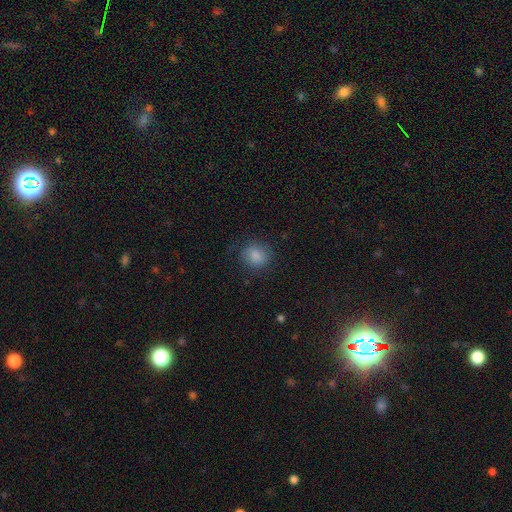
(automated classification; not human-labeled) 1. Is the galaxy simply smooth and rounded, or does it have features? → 83% smooth, 9% star or artifact, 8% featured or disk.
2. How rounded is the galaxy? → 75% round, 24% in between, 1% cigar-shaped.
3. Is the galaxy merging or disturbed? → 76% none, 16% minor disturbance, 7% major disturbance, 1% merger.